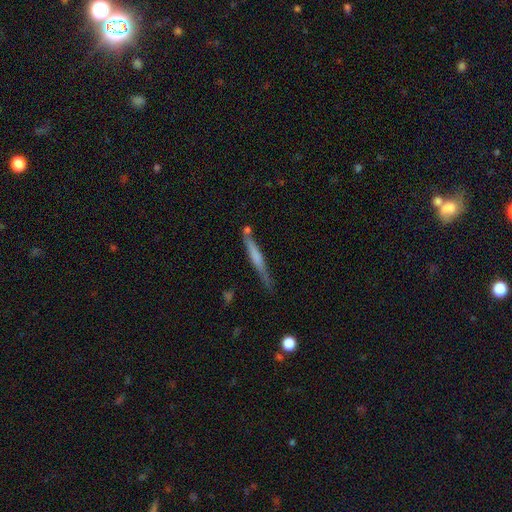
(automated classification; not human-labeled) A smooth galaxy with no disk features (50%). Merging: none (70%).